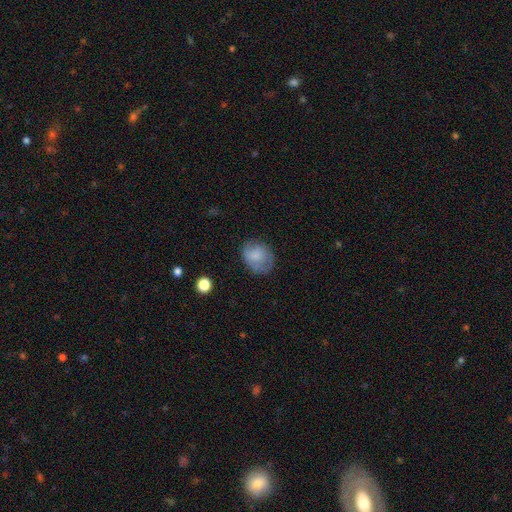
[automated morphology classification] Smooth or featured? Predicted: smooth (p=0.70). How rounded? Predicted: round (p=0.61). Merging? Predicted: none (p=0.60).